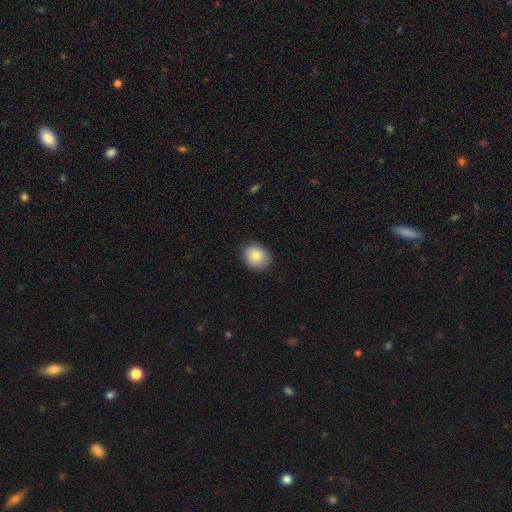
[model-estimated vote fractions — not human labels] smooth-or-featured: smooth: 86% | star or artifact: 7% | featured or disk: 7%
  how-rounded: round: 63% | in between: 36% | cigar-shaped: 1%
  merging: none: 85% | minor disturbance: 11% | major disturbance: 2% | merger: 1%